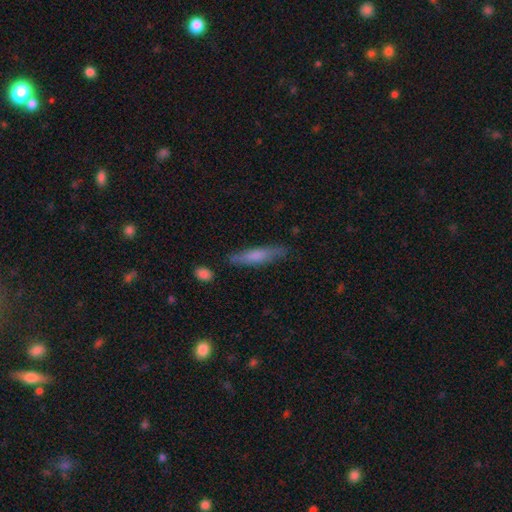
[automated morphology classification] This is likely a smooth galaxy (63%). How rounded: clearly cigar-shaped (84%). Merging: likely none (78%).